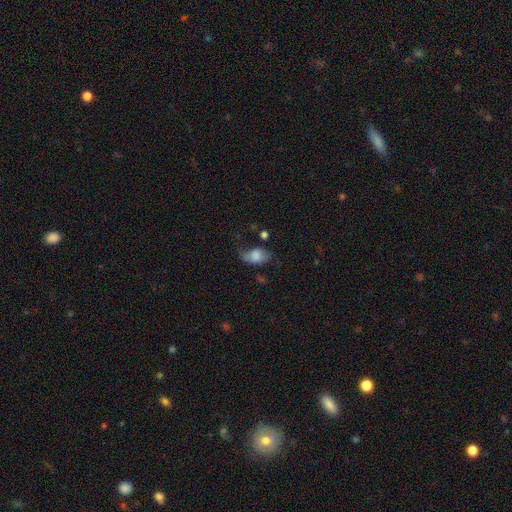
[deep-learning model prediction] Q: Smooth or featured?
A: smooth (69%); runner-up: featured or disk (22%)
Q: How rounded?
A: in between (87%); runner-up: round (11%)
Q: Merging?
A: none (39%); runner-up: minor disturbance (34%)